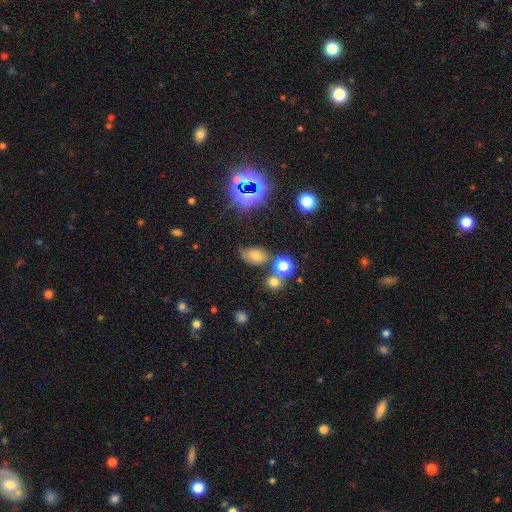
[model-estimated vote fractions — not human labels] Morphology: type=smooth (63%); roundness=in between (78%); merging=none (62%).